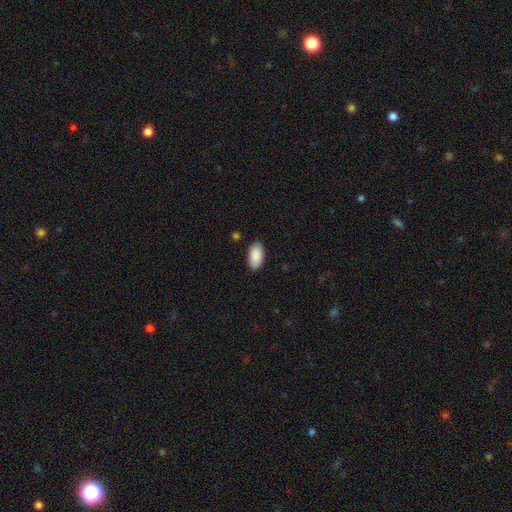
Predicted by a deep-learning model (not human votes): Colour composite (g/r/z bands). It shows a smooth galaxy with no disk features (90%) that is in between round and cigar-shaped (96%). Merging: none (86%).